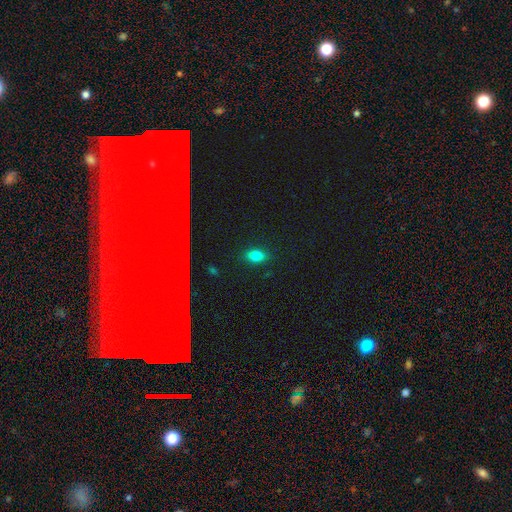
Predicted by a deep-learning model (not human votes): Overall: smooth (81%). How rounded: in between (85%). Merging: none (87%).